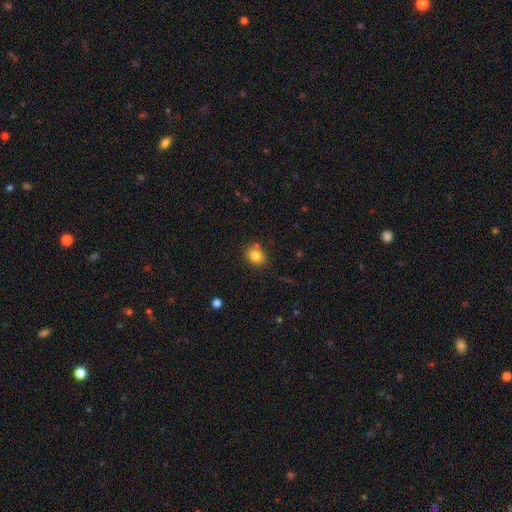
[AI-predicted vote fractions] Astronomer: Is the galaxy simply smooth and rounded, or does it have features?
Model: smooth — 82%.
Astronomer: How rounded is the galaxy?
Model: round — 58% (runner-up: in between, 41%).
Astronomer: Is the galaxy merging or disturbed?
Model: none — 74%.